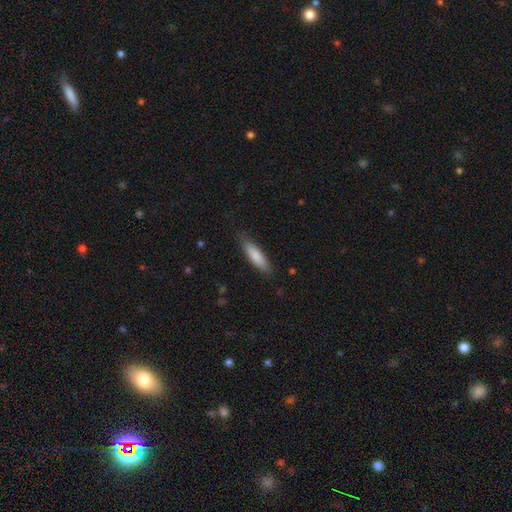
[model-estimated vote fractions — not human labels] Smooth or featured: smooth — 82% (featured or disk — 13%)
How rounded: cigar-shaped — 66% (in between — 32%)
Merging: none — 82% (minor disturbance — 14%)